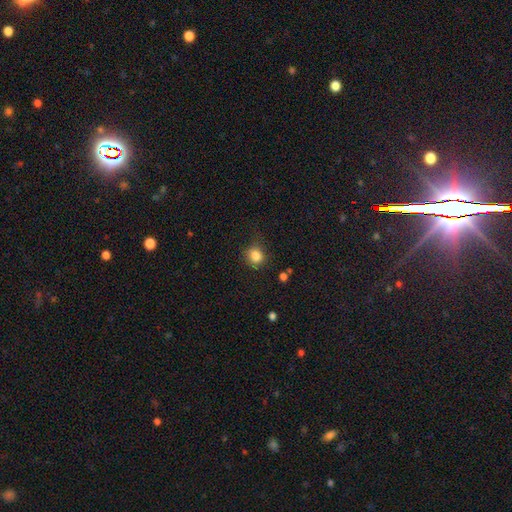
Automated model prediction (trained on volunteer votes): The model was most divided on "how rounded": round: 78%, in between: 21%, cigar-shaped: 1%. More confident: smooth or featured — smooth (84%); merging — none (76%).